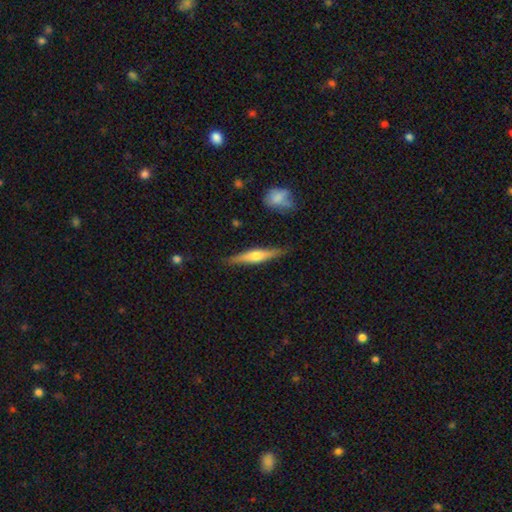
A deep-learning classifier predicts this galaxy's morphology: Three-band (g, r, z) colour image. It shows a featured or disk galaxy (58%) viewed edge-on (95%) with a rounded central bulge (88%). Merging: none (84%).